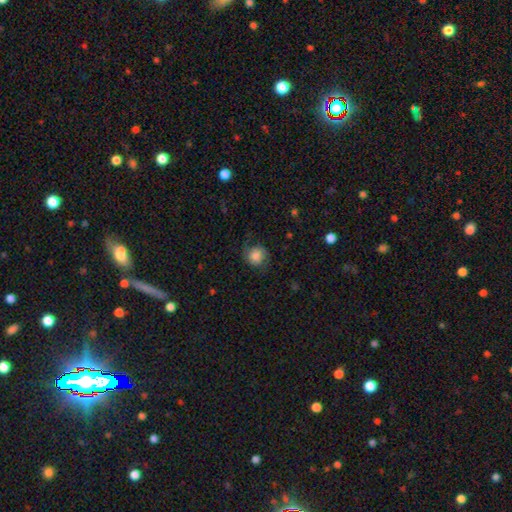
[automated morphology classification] Smooth or featured? smooth (52%)
How rounded? round (83%)
Merging? none (71%)